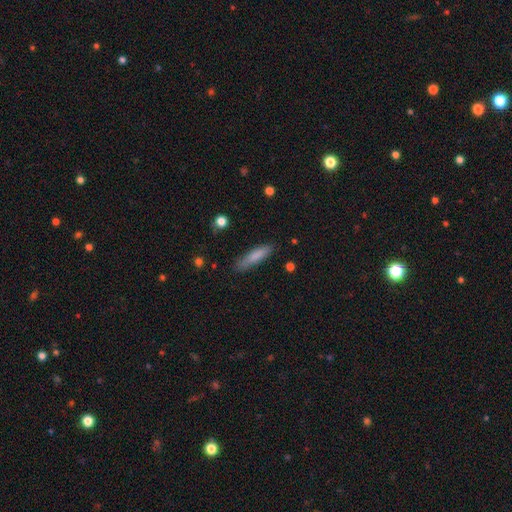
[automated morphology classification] Smooth or featured? Predicted: smooth (p=0.81). How rounded? Predicted: cigar-shaped (p=0.77). Merging? Predicted: none (p=0.79).